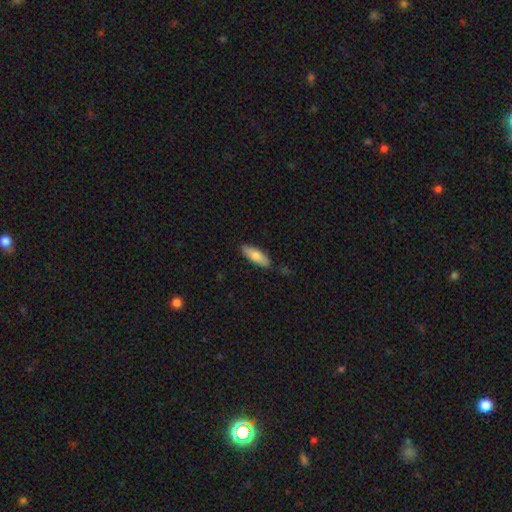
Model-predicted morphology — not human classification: smooth 78%, featured or disk 16%, star or artifact 6%. Down the decision tree: how rounded — in between (62%); merging — none (82%).